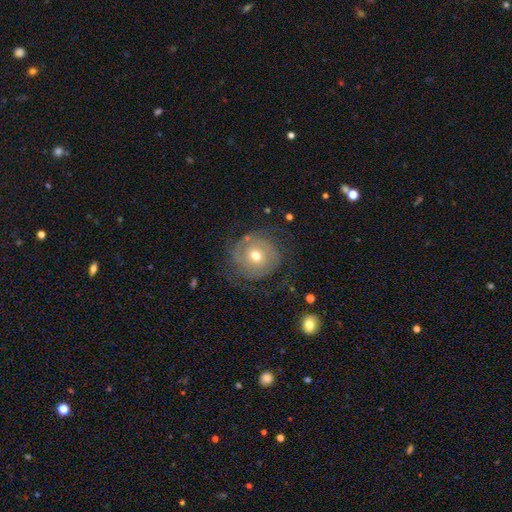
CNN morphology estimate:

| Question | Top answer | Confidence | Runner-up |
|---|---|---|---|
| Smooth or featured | featured or disk | 59% | smooth (32%) |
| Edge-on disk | no | 97% | yes (3%) |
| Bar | no | 71% | weak (23%) |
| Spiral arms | yes | 74% | no (26%) |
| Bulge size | moderate | 65% | small (29%) |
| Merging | none | 69% | minor disturbance (16%) |